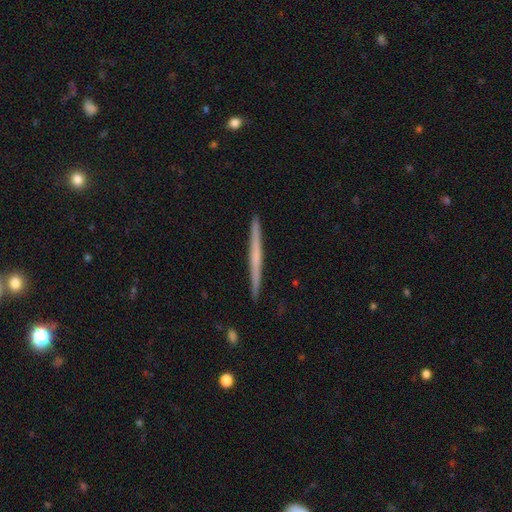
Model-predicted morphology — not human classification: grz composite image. It shows a featured or disk galaxy (58%) viewed edge-on (98%) with no central bulge (77%). Merging: none (92%).